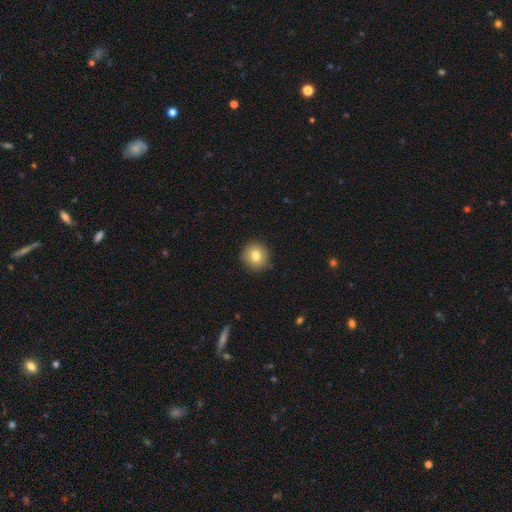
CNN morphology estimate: This appears to be a smooth galaxy with no disk features (80%) that is round (94%). Merging: none (90%).